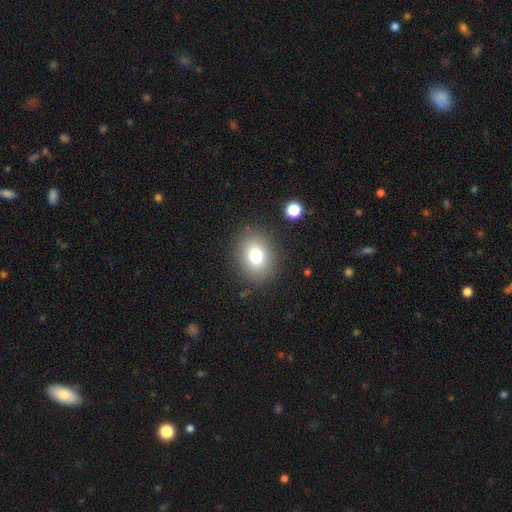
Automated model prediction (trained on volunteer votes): smooth 75%, star or artifact 13%, featured or disk 11%. Down the decision tree: how rounded — round (56%); merging — none (86%).